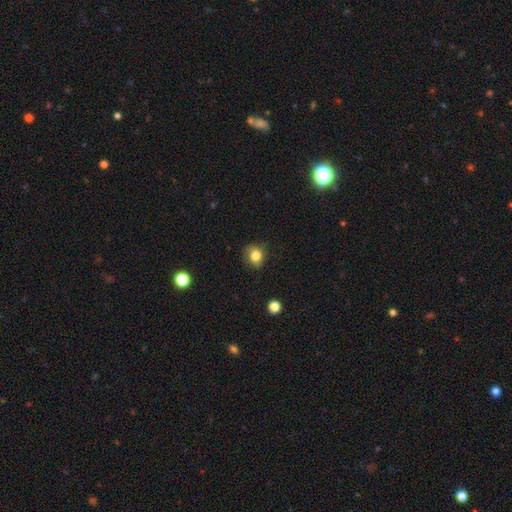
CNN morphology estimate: smooth_or_featured: smooth (p=0.81) [alt: star or artifact p=0.11]
how_rounded: round (p=0.69) [alt: in between p=0.30]
merging: none (p=0.74) [alt: minor disturbance p=0.20]